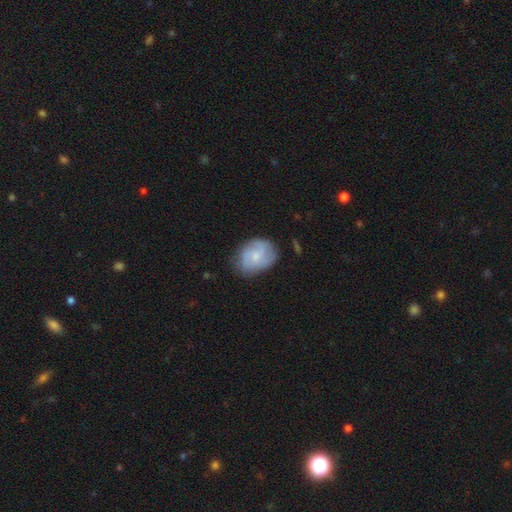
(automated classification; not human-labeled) A featured or disk galaxy (49%). Merging: none (68%).